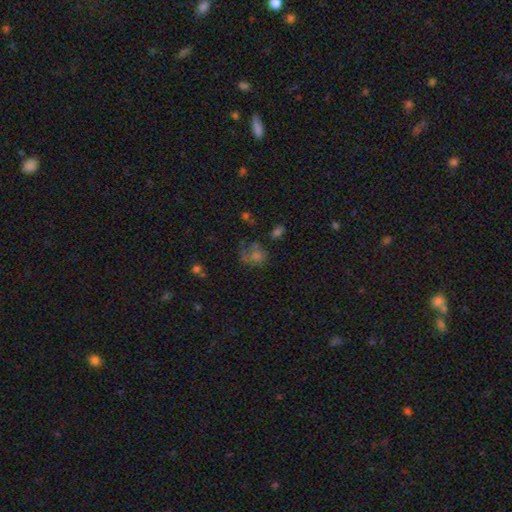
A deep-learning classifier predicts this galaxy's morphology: Smooth or featured? Predicted: smooth (p=0.44). Merging? Predicted: none (p=0.40).